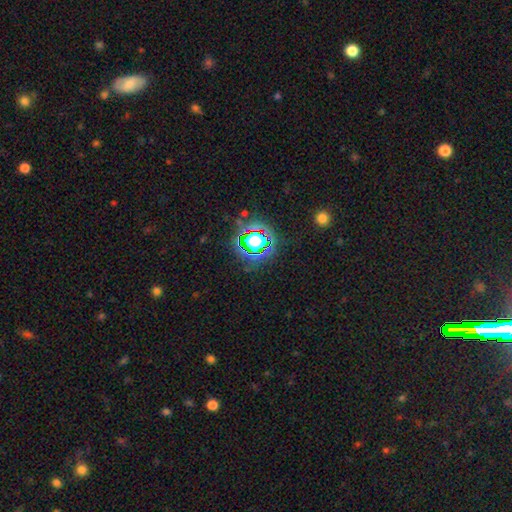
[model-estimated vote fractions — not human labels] This is likely a star or artifact rather than a galaxy (80%).